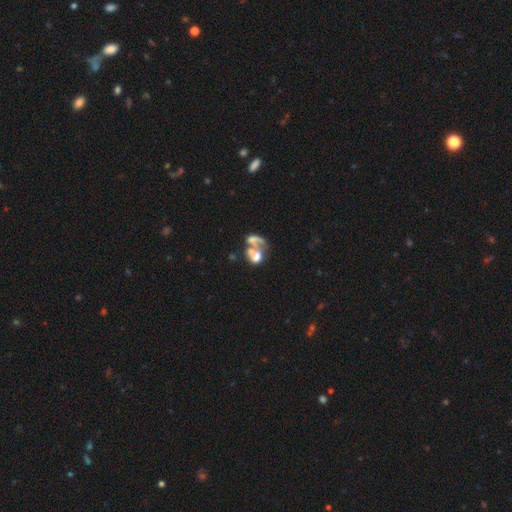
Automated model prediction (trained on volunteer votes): This appears to be a featured or disk galaxy (46%). Merging: merger (58%).